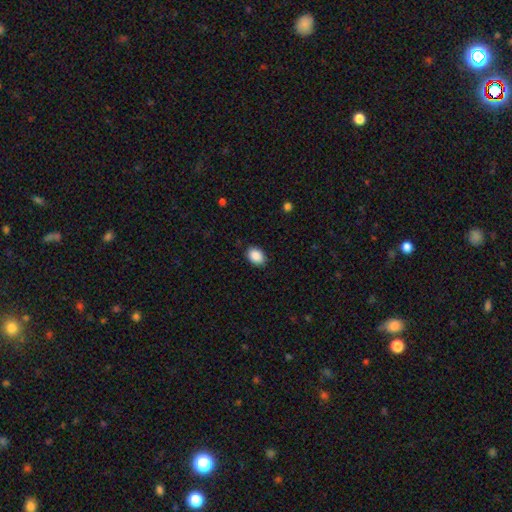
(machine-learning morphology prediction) Smooth or featured? smooth (90%)
How rounded? in between (72%)
Merging? none (87%)